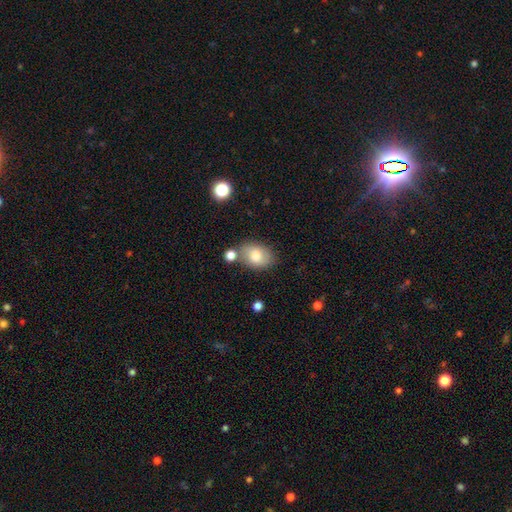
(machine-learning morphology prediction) smooth_or_featured: smooth (p=0.75) [alt: featured or disk p=0.17]
how_rounded: in between (p=0.78) [alt: round p=0.20]
merging: none (p=0.69) [alt: minor disturbance p=0.15]